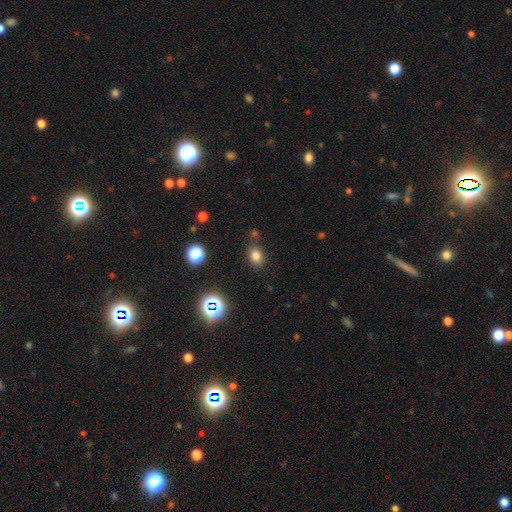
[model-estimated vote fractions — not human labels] A smooth galaxy with no disk features (77%) that is in between round and cigar-shaped (62%). Merging: none (77%).